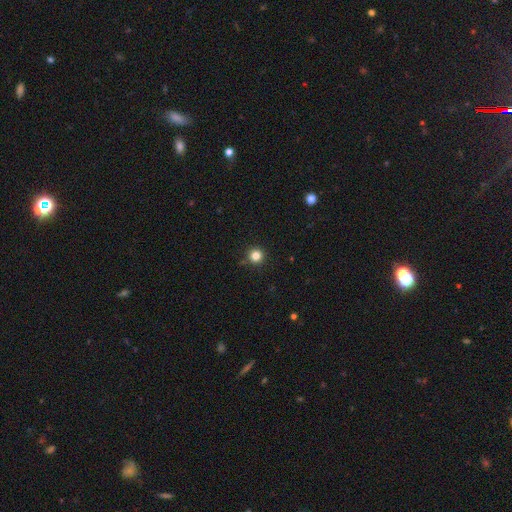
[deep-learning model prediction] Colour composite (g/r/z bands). It shows a smooth galaxy with no disk features (82%) that is round (96%). Merging: none (88%).